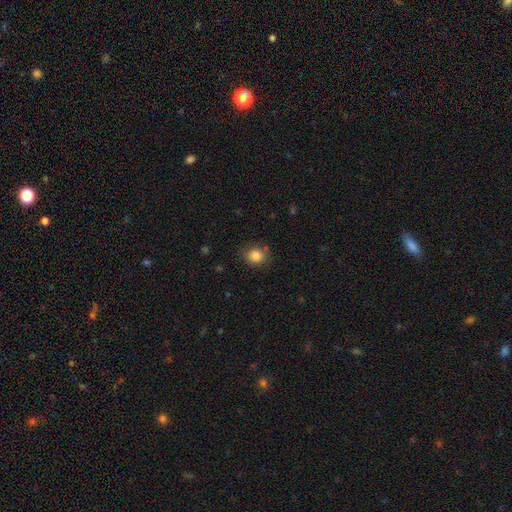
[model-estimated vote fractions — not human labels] smooth-or-featured: smooth: 84% | star or artifact: 10% | featured or disk: 5%
  how-rounded: round: 72% | in between: 27% | cigar-shaped: 1%
  merging: none: 79% | minor disturbance: 14% | major disturbance: 4% | merger: 3%